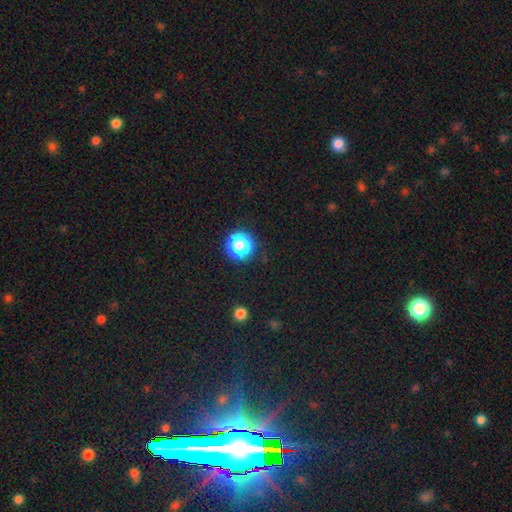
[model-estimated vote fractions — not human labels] This appears to be a star or artifact, not a galaxy (74%).